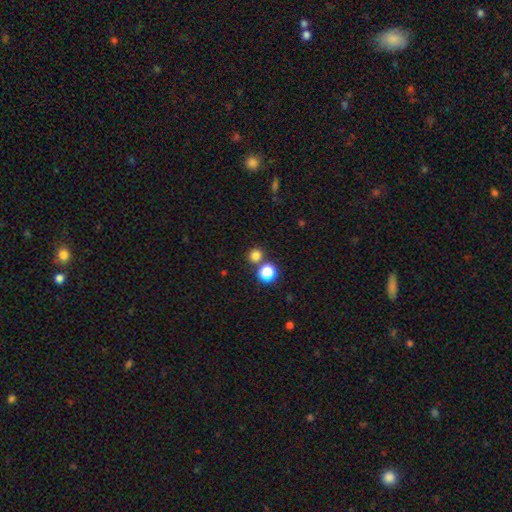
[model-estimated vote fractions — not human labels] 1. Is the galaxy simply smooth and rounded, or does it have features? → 78% smooth, 17% star or artifact, 5% featured or disk.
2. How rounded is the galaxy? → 88% round, 11% in between, 1% cigar-shaped.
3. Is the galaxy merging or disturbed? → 75% none, 16% merger, 7% minor disturbance, 3% major disturbance.